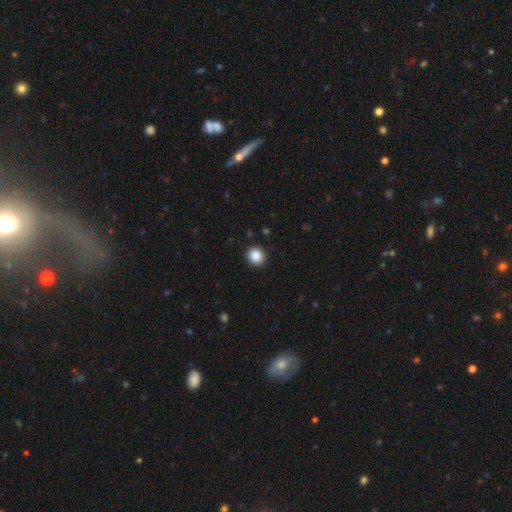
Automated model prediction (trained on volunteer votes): Smooth or featured? Predicted: smooth (p=0.86). How rounded? Predicted: round (p=0.82). Merging? Predicted: none (p=0.92).